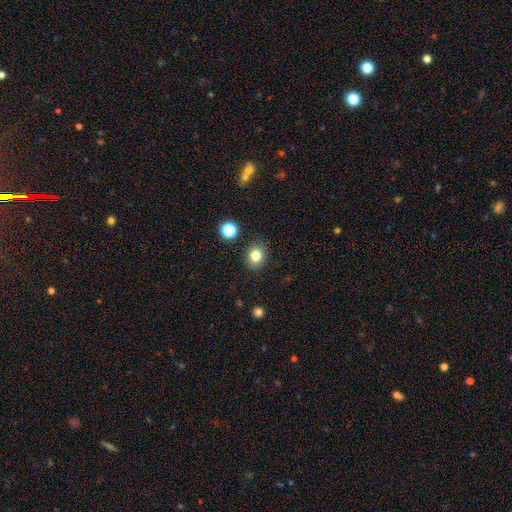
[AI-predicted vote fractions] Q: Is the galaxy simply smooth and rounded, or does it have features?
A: smooth — 80%.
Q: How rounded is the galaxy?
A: round — 60%.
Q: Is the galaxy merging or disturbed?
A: none — 86%.